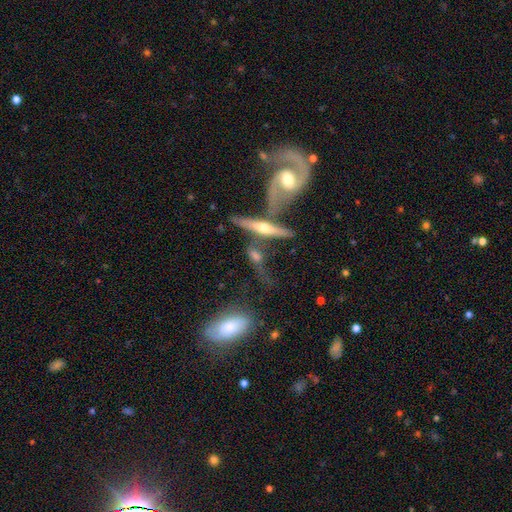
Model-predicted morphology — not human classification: Smooth or featured? featured or disk (69%)
Edge-on disk? yes (79%)
Edge-on bulge? rounded (90%)
Merging? none (42%)